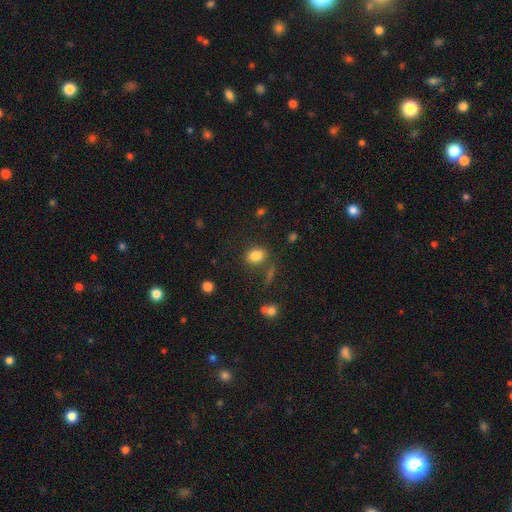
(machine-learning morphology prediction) This appears to be a smooth galaxy with no disk features (82%) that is in between round and cigar-shaped (60%). Merging: none (76%).